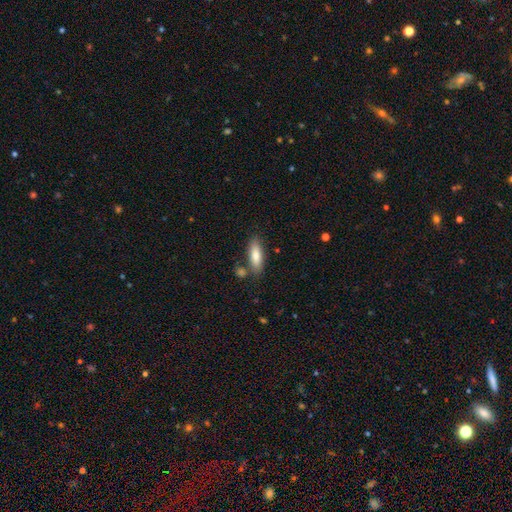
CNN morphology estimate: smooth-or-featured: smooth: 80% | featured or disk: 15% | star or artifact: 6%
  how-rounded: in between: 57% | cigar-shaped: 41% | round: 2%
  merging: none: 75% | minor disturbance: 13% | merger: 9% | major disturbance: 3%